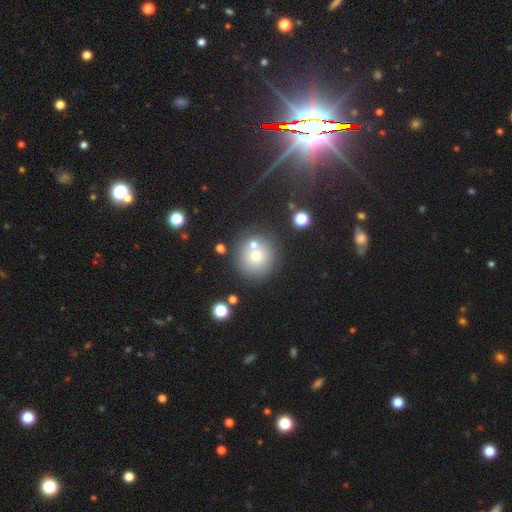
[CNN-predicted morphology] smooth 66%, featured or disk 19%, star or artifact 16%. Down the decision tree: how rounded — round (91%); merging — none (66%).